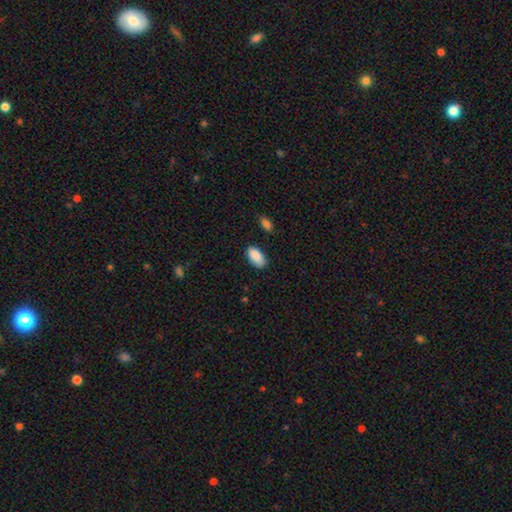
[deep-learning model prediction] Smooth or featured?
  - smooth: 89% *
  - star or artifact: 6%
  - featured or disk: 5%
How rounded?
  - in between: 94% *
  - cigar-shaped: 4%
  - round: 2%
Merging?
  - none: 81% *
  - minor disturbance: 14%
  - major disturbance: 3%
  - merger: 2%